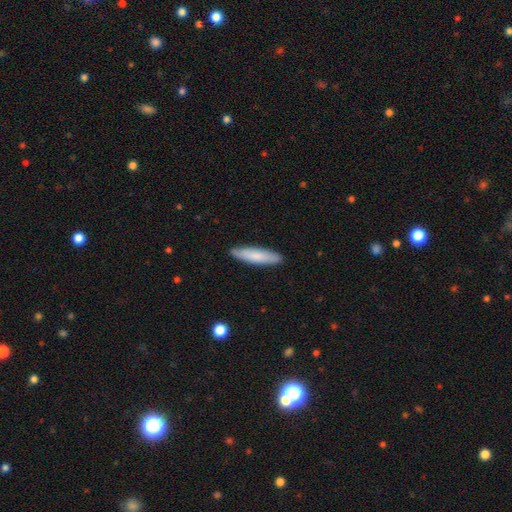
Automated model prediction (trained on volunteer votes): A smooth galaxy with no disk features (79%) that is cigar-shaped (80%). Merging: none (89%).